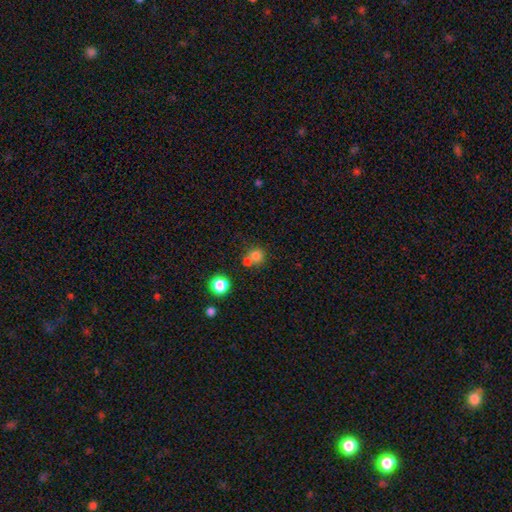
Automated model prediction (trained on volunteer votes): The model was most divided on "merging": none: 46%, merger: 42%, minor disturbance: 8%, major disturbance: 4%. More confident: how rounded — round (82%); smooth or featured — smooth (75%).